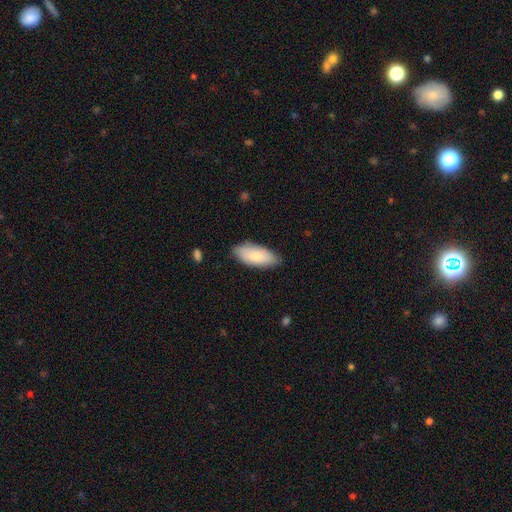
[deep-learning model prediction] Morphology: type=smooth (80%); roundness=in between (89%); merging=none (79%).